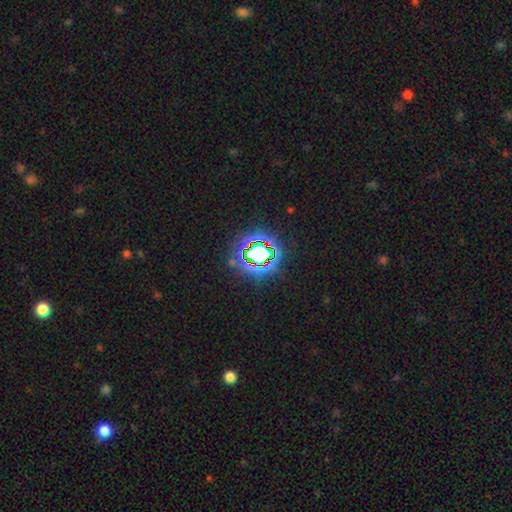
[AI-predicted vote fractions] This is likely a star or artifact rather than a galaxy (77%).